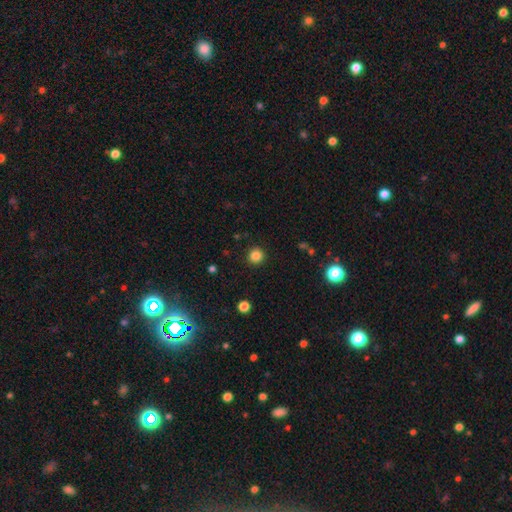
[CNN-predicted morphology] Smooth or featured? Predicted: smooth (p=0.84). How rounded? Predicted: round (p=0.94). Merging? Predicted: none (p=0.92).